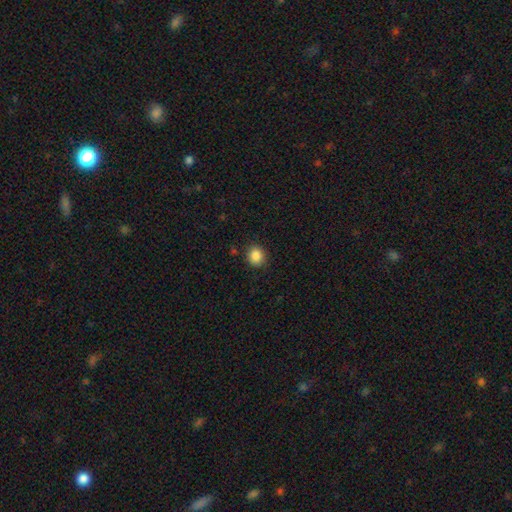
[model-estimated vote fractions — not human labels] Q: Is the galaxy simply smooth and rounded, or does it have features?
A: smooth — 87%.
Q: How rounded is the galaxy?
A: round — 78%.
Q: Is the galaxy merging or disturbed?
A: none — 87%.